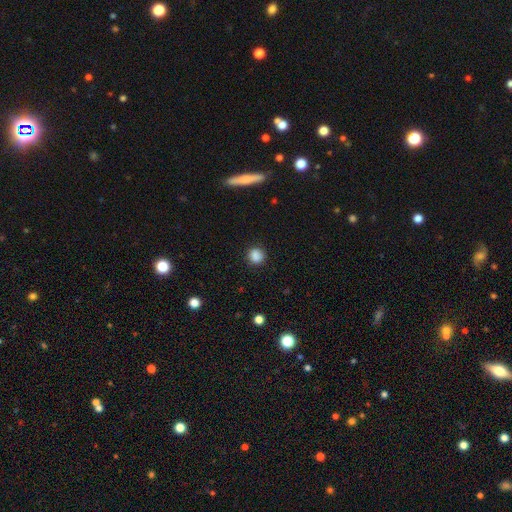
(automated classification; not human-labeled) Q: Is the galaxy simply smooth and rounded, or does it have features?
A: smooth — 87%.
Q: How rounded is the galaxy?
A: round — 90%.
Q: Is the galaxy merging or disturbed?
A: none — 89%.